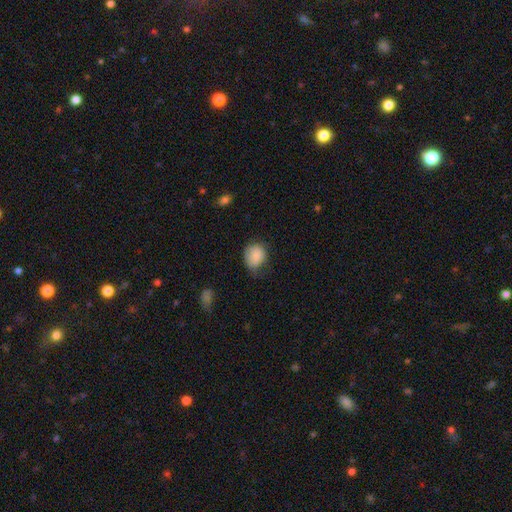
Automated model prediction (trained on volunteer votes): A smooth galaxy with no disk features (86%) that is round (61%).

Vote fractions:
- Smooth or featured? smooth: 86% / star or artifact: 8% / featured or disk: 6%
- How rounded? round: 61% / in between: 38% / cigar-shaped: 1%
- Merging? none: 51% / minor disturbance: 37% / major disturbance: 10% / merger: 2%